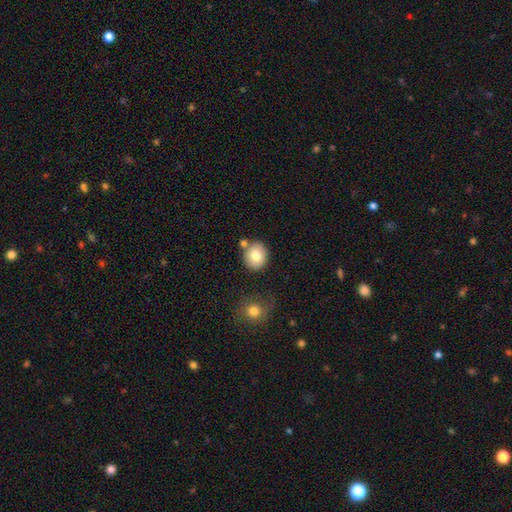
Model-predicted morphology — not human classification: smooth-or-featured: smooth: 81% | featured or disk: 10% | star or artifact: 8%
  how-rounded: round: 82% | in between: 17% | cigar-shaped: 1%
  merging: none: 74% | merger: 12% | minor disturbance: 11% | major disturbance: 3%